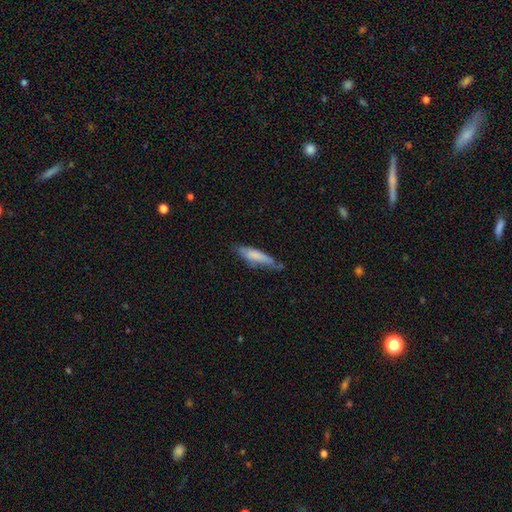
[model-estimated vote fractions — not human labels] Q: Smooth or featured?
A: smooth (71%); runner-up: featured or disk (22%)
Q: How rounded?
A: cigar-shaped (73%); runner-up: in between (26%)
Q: Merging?
A: none (55%); runner-up: minor disturbance (32%)